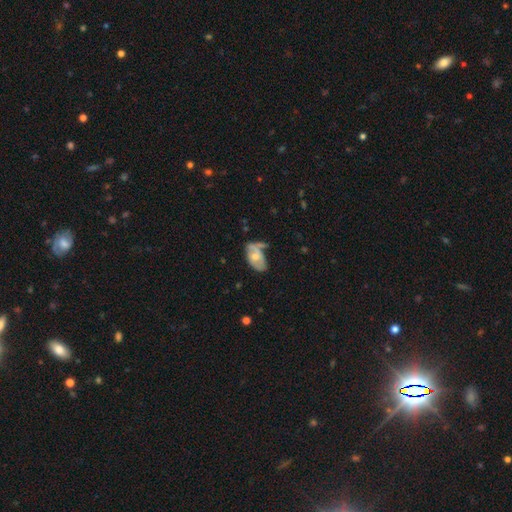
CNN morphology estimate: Smooth or featured? Predicted: featured or disk (p=0.47). Merging? Predicted: none (p=0.31).